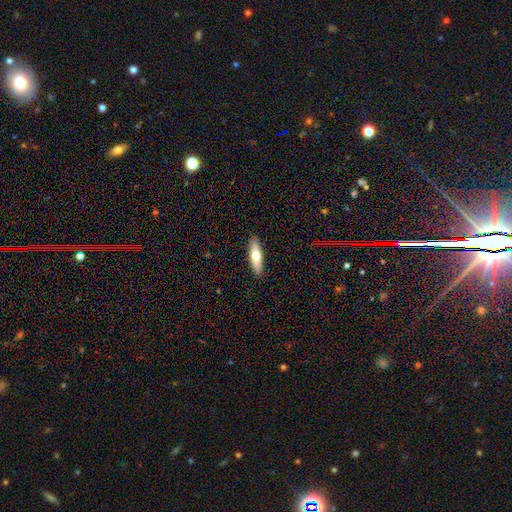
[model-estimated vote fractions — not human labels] This appears to be a smooth galaxy with no disk features (60%) that is cigar-shaped (55%). Merging: none (90%).